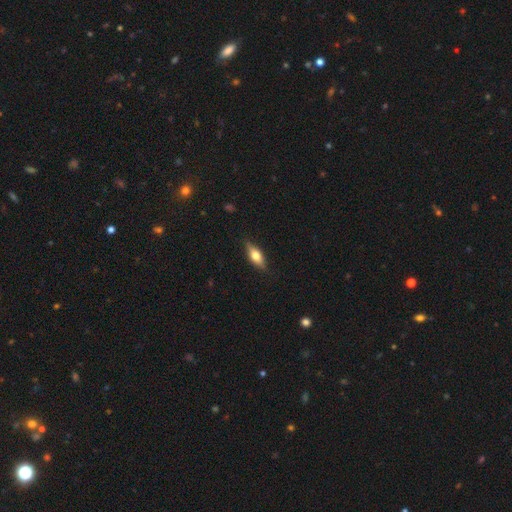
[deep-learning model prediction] Smooth or featured?
  - smooth: 57% *
  - featured or disk: 36%
  - star or artifact: 7%
How rounded?
  - in between: 68% *
  - cigar-shaped: 28%
  - round: 4%
Merging?
  - none: 84% *
  - minor disturbance: 12%
  - major disturbance: 2%
  - merger: 1%